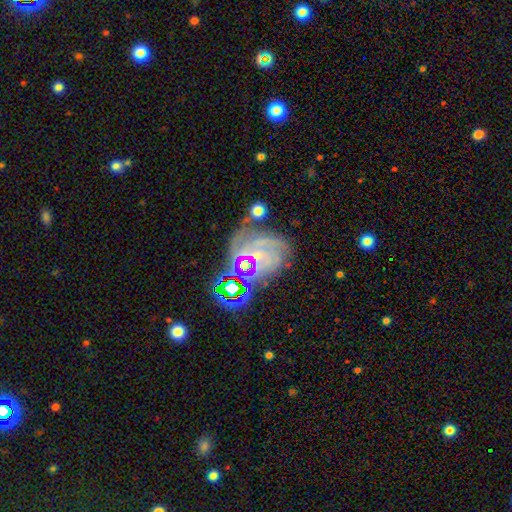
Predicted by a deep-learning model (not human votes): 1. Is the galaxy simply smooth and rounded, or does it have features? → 69% featured or disk, 18% star or artifact, 14% smooth.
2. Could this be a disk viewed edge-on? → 98% no, 2% yes.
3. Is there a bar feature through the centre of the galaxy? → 63% no, 29% weak, 8% strong.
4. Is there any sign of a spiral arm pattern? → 92% yes, 8% no.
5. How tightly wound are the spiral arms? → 62% tight, 30% medium, 8% loose.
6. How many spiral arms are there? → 29% can't tell, 28% 3, 15% 2, 14% 4, 7% more than 4, 7% 1.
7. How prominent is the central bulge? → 69% small, 17% moderate, 11% none, 2% large, 1% dominant.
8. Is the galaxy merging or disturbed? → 55% none, 21% minor disturbance, 15% major disturbance, 10% merger.